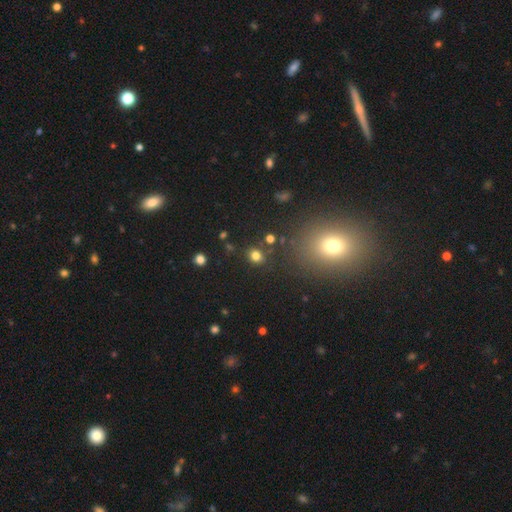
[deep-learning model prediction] A smooth galaxy with no disk features (78%) that is round (65%). Merging: none (82%).